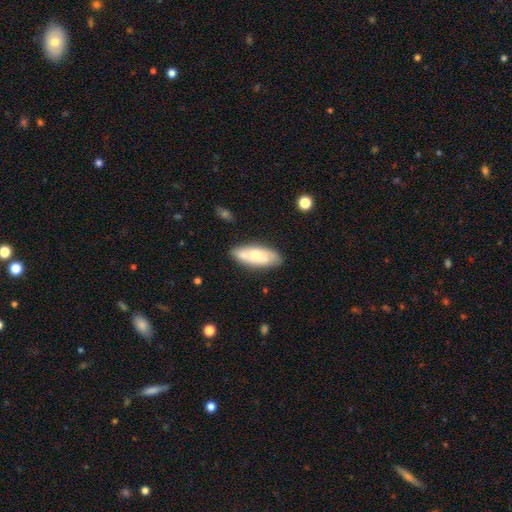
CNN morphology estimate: smooth-or-featured: smooth: 59% | featured or disk: 35% | star or artifact: 6%
  how-rounded: in between: 74% | cigar-shaped: 24% | round: 2%
  merging: none: 75% | minor disturbance: 17% | merger: 4% | major disturbance: 4%